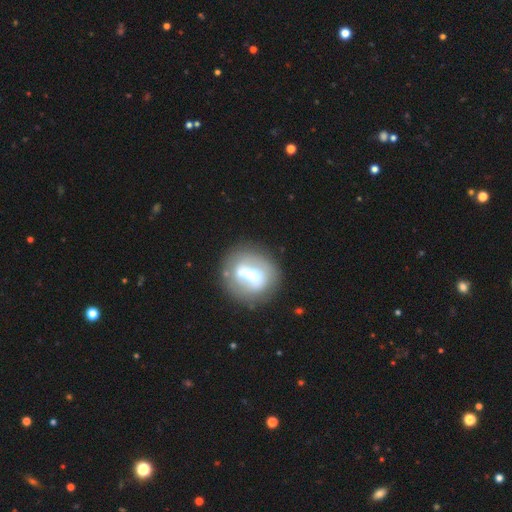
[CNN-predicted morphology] Smooth or featured?
  - featured or disk: 51% *
  - smooth: 39%
  - star or artifact: 11%
Edge-on disk?
  - no: 88% *
  - yes: 12%
Merging?
  - none: 67% *
  - minor disturbance: 16%
  - major disturbance: 10%
  - merger: 7%